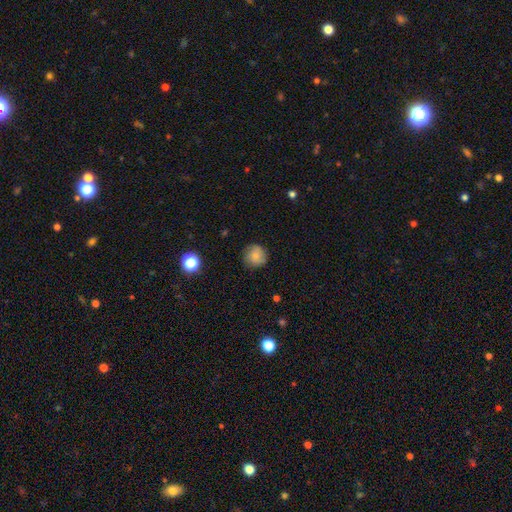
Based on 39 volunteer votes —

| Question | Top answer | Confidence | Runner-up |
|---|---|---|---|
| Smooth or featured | smooth | 79% | featured or disk (13%) |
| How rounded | round | 90% | in between (10%) |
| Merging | none | 69% | minor disturbance (31%) |